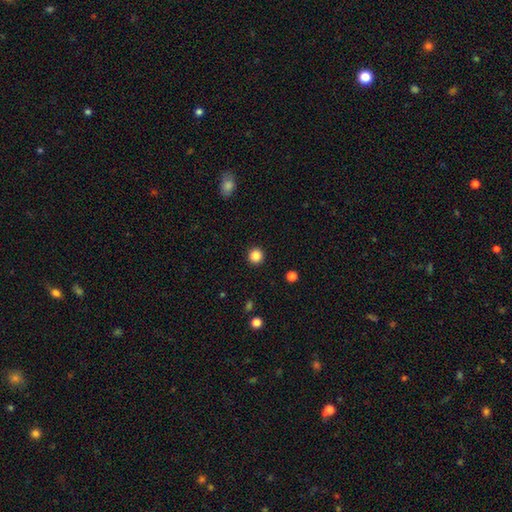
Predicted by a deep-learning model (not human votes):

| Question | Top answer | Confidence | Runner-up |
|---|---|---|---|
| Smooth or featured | smooth | 86% | star or artifact (11%) |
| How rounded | round | 95% | in between (4%) |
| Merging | none | 93% | minor disturbance (4%) |